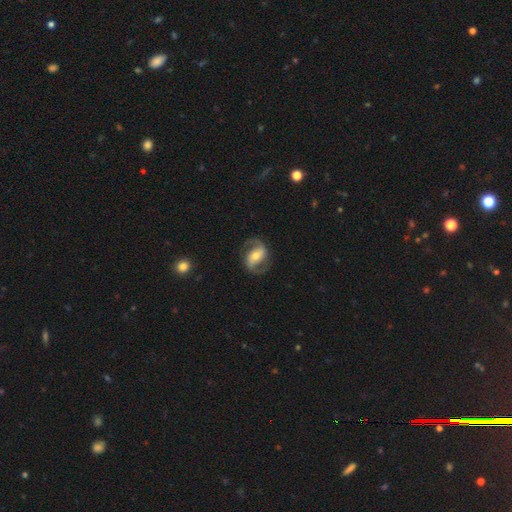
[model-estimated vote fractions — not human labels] Smooth or featured?
  - featured or disk: 86% *
  - smooth: 9%
  - star or artifact: 5%
Edge-on disk?
  - no: 97% *
  - yes: 3%
Bar?
  - weak: 37% *
  - strong: 35%
  - no: 28%
Spiral arms?
  - yes: 95% *
  - no: 5%
Spiral winding?
  - medium: 54% *
  - loose: 30%
  - tight: 17%
Spiral arm count?
  - 2: 93% *
  - can't tell: 3%
  - 1: 2%
  - 3: 1%
  - 4: 1%
  - more than 4: 1%
Bulge size?
  - moderate: 61% *
  - small: 29%
  - large: 7%
  - none: 2%
  - dominant: 1%
Merging?
  - none: 82% *
  - minor disturbance: 11%
  - major disturbance: 6%
  - merger: 1%